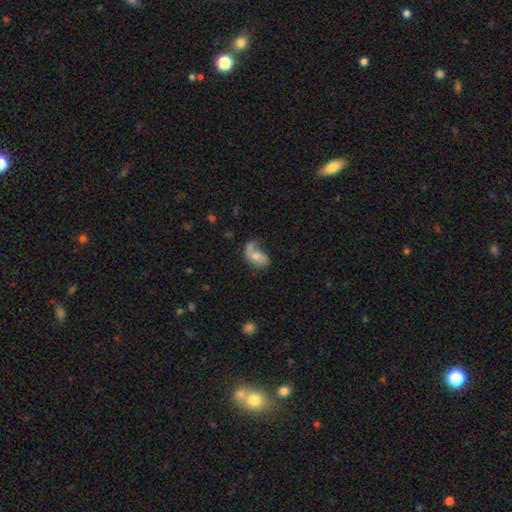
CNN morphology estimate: Smooth or featured?
  - featured or disk: 54% *
  - smooth: 38%
  - star or artifact: 8%
Edge-on disk?
  - no: 96% *
  - yes: 4%
Bar?
  - no: 66% *
  - weak: 28%
  - strong: 6%
Spiral arms?
  - yes: 80% *
  - no: 20%
Bulge size?
  - moderate: 52% *
  - small: 36%
  - none: 6%
  - large: 5%
  - dominant: 1%
Merging?
  - none: 38% *
  - major disturbance: 27%
  - minor disturbance: 27%
  - merger: 8%